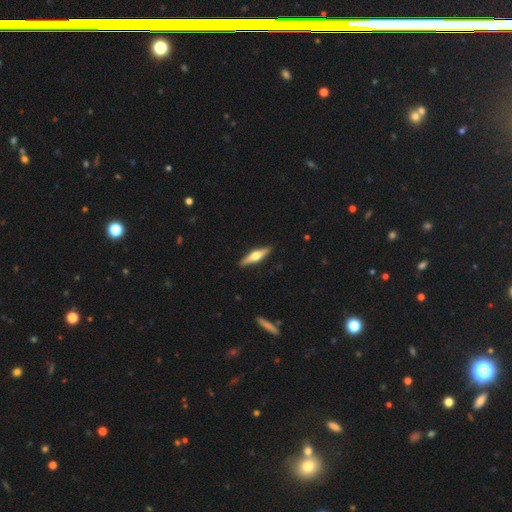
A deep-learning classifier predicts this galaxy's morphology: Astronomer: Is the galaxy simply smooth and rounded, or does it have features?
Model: featured or disk — 63%.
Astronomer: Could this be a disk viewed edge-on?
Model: yes — 96%.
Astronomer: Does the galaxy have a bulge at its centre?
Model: rounded — 94%.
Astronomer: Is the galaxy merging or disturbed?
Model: none — 90%.